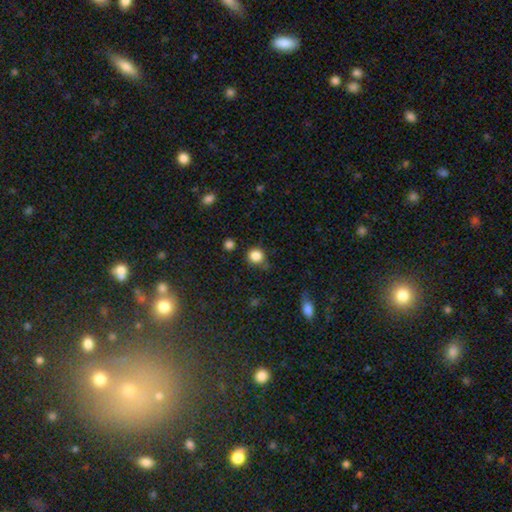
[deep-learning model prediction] A smooth galaxy with no disk features (84%) that is round (89%).

Vote fractions:
- Smooth or featured? smooth: 84% / star or artifact: 11% / featured or disk: 4%
- How rounded? round: 89% / in between: 10% / cigar-shaped: 1%
- Merging? none: 75% / minor disturbance: 17% / major disturbance: 4% / merger: 4%